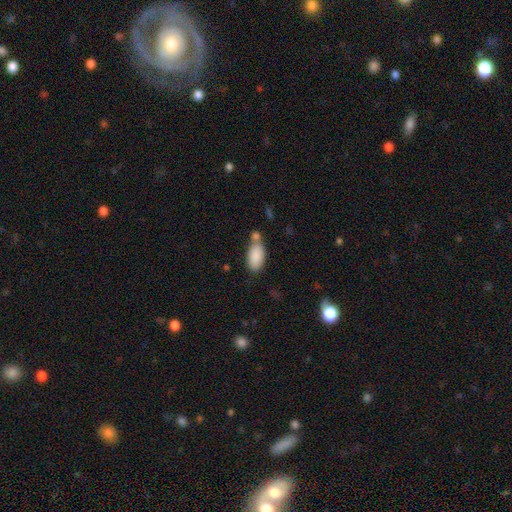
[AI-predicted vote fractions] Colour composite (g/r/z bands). It shows a smooth galaxy with no disk features (87%) that is in between round and cigar-shaped (93%). Merging: none (53%).